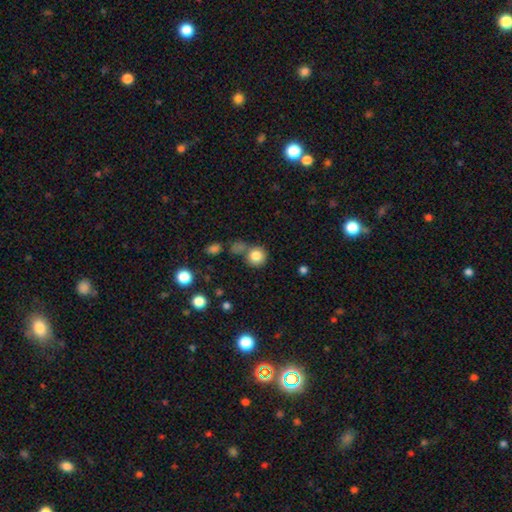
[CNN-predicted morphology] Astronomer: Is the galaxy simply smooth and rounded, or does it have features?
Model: smooth — 83%.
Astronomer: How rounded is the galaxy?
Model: round — 89%.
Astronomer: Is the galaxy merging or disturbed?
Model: none — 66%.